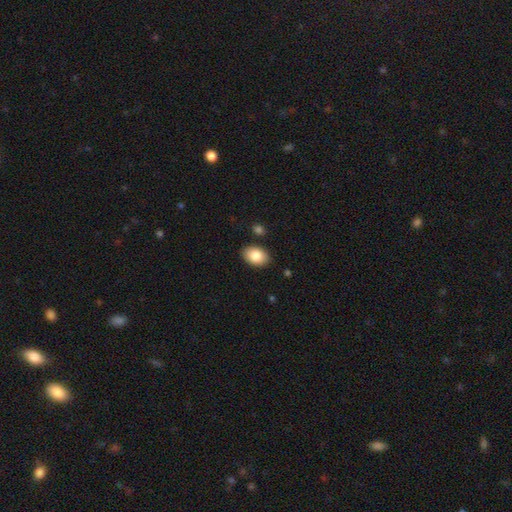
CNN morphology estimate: Smooth or featured: smooth — 86% (featured or disk — 8%)
How rounded: in between — 86% (round — 13%)
Merging: none — 87% (minor disturbance — 9%)